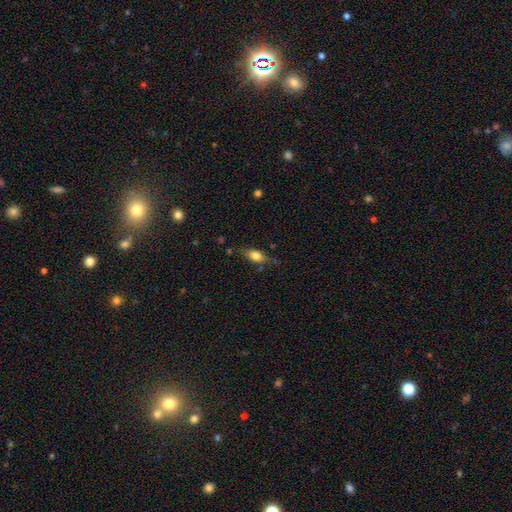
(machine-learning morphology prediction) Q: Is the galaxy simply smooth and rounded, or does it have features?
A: smooth — 69%.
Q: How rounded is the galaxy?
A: in between — 78%.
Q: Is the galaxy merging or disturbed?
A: none — 69%.